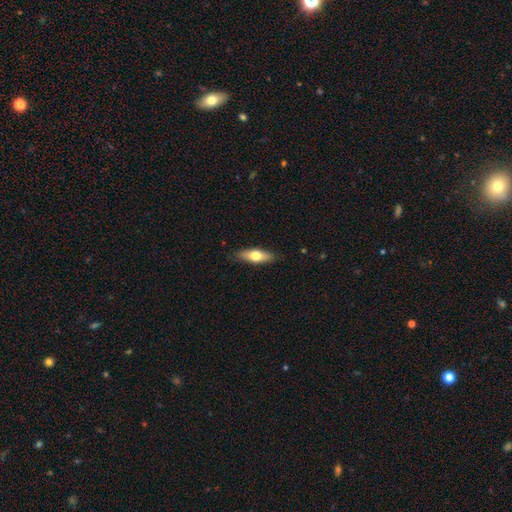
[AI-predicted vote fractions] This is likely a smooth galaxy (65%). How rounded: possibly in between (54%). Merging: clearly none (86%).